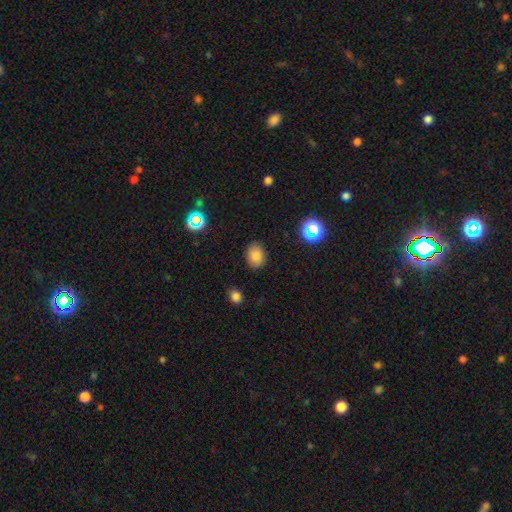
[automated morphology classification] Smooth or featured?
  - smooth: 81% *
  - star or artifact: 12%
  - featured or disk: 6%
How rounded?
  - in between: 63% *
  - round: 36%
  - cigar-shaped: 1%
Merging?
  - none: 86% *
  - minor disturbance: 10%
  - major disturbance: 3%
  - merger: 1%